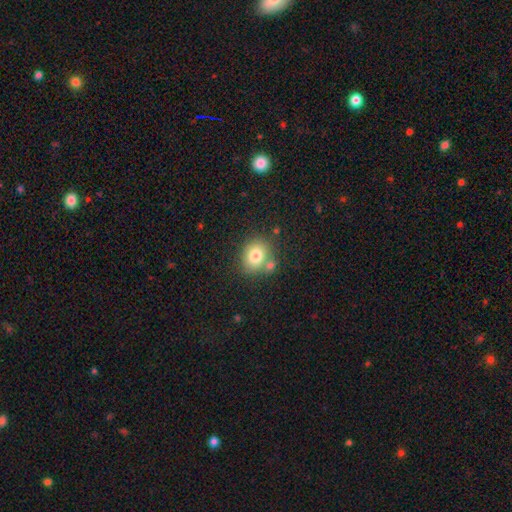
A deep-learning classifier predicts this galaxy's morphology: type=smooth (79%); roundness=round (63%); merging=none (65%).